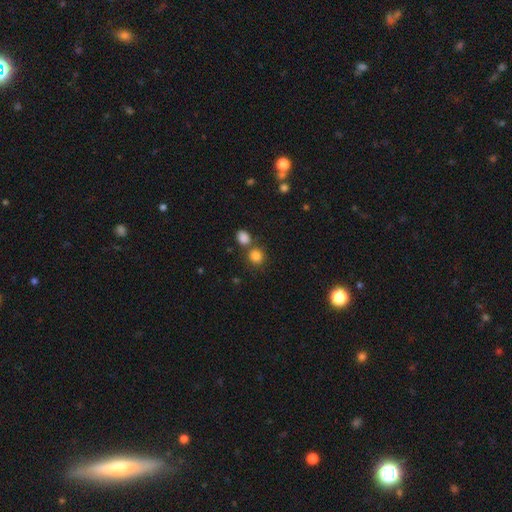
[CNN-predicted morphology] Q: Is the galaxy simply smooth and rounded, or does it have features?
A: smooth — 84%.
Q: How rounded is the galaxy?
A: round — 83%.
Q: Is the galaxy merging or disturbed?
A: none — 61%.